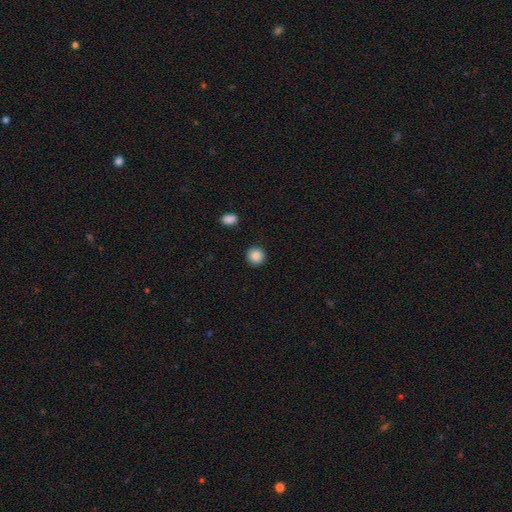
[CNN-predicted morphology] This appears to be a smooth galaxy with no disk features (88%) that is round (93%). Merging: none (91%).